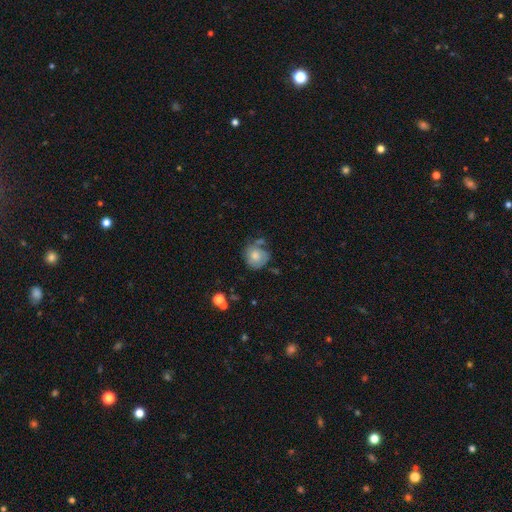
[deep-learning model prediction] Q: Smooth or featured?
A: smooth (62%); runner-up: featured or disk (30%)
Q: How rounded?
A: round (81%); runner-up: in between (19%)
Q: Merging?
A: none (51%); runner-up: minor disturbance (27%)